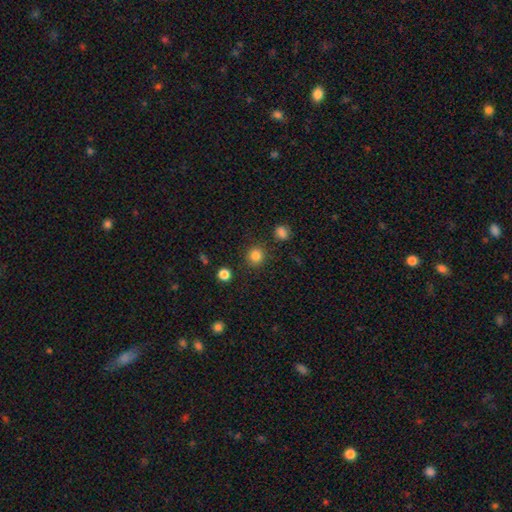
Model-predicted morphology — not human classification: A smooth galaxy with no disk features (84%) that is round (91%).

Vote fractions:
- Smooth or featured? smooth: 84% / star or artifact: 12% / featured or disk: 4%
- How rounded? round: 91% / in between: 8% / cigar-shaped: 1%
- Merging? none: 89% / minor disturbance: 6% / major disturbance: 2% / merger: 2%